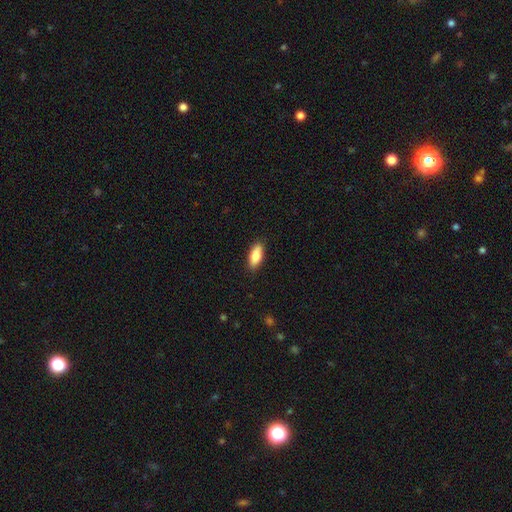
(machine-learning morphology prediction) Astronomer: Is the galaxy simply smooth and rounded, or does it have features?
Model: smooth — 82%.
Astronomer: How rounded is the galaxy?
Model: in between — 79%.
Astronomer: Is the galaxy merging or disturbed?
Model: none — 87%.